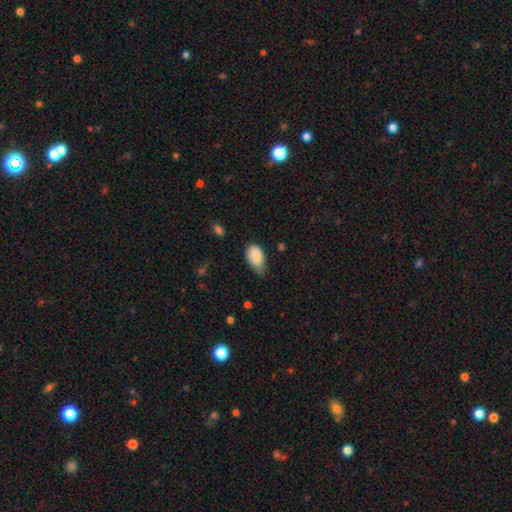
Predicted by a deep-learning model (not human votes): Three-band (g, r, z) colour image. It shows a smooth galaxy with no disk features (85%) that is in between round and cigar-shaped (93%). Merging: minor disturbance (47%).